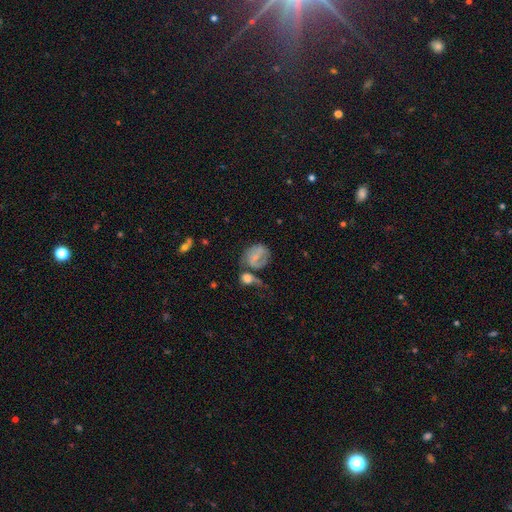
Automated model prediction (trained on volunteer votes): smooth_or_featured: smooth (p=0.53) [alt: featured or disk p=0.37]
how_rounded: round (p=0.62) [alt: in between p=0.37]
merging: none (p=0.32) [alt: merger p=0.26]